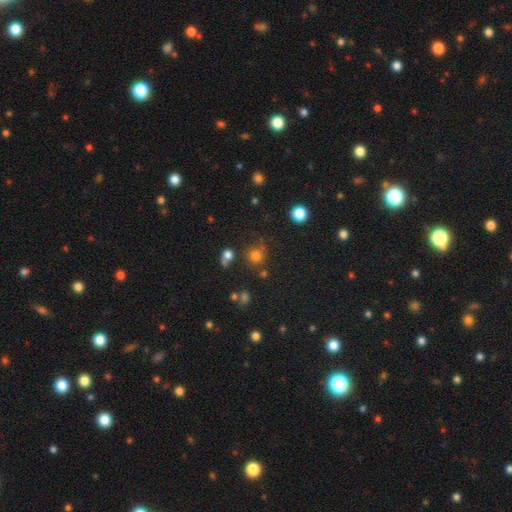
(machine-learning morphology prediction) Q: Smooth or featured?
A: smooth (75%); runner-up: star or artifact (18%)
Q: How rounded?
A: round (91%); runner-up: in between (8%)
Q: Merging?
A: none (74%); runner-up: minor disturbance (11%)